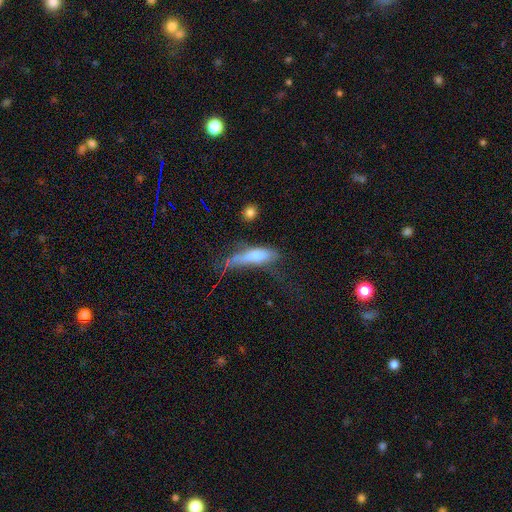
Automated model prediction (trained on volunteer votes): Smooth or featured?
  - smooth: 63% *
  - featured or disk: 29%
  - star or artifact: 9%
How rounded?
  - cigar-shaped: 56% *
  - in between: 41%
  - round: 3%
Merging?
  - major disturbance: 35% *
  - none: 30%
  - minor disturbance: 28%
  - merger: 8%